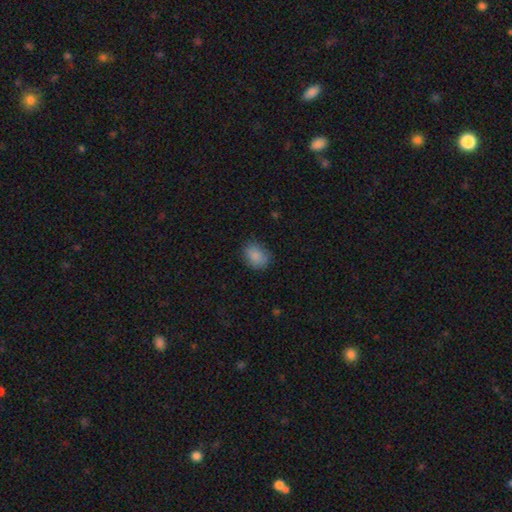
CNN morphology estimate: This is clearly a smooth galaxy (86%). How rounded: likely in between (60%). Merging: likely none (79%).